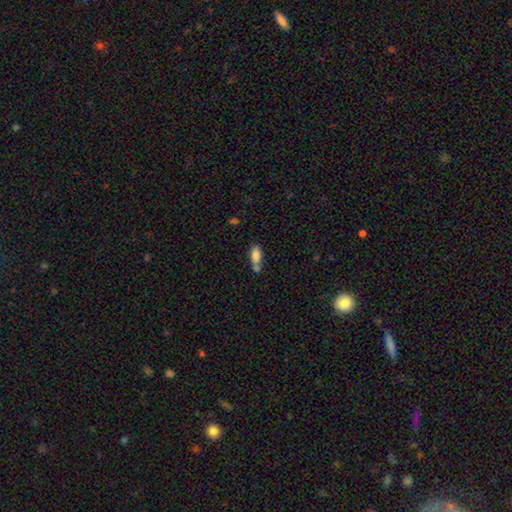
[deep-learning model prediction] This appears to be a smooth galaxy with no disk features (80%) that is in between round and cigar-shaped (79%). Merging: none (41%).